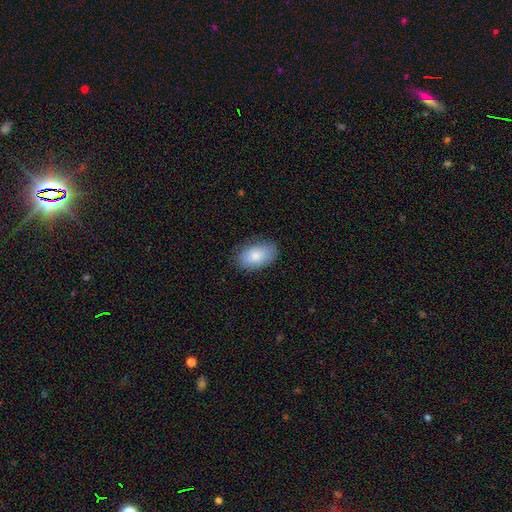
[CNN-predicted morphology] Smooth or featured: smooth — 84% (featured or disk — 10%)
How rounded: in between — 92% (round — 6%)
Merging: none — 82% (minor disturbance — 14%)